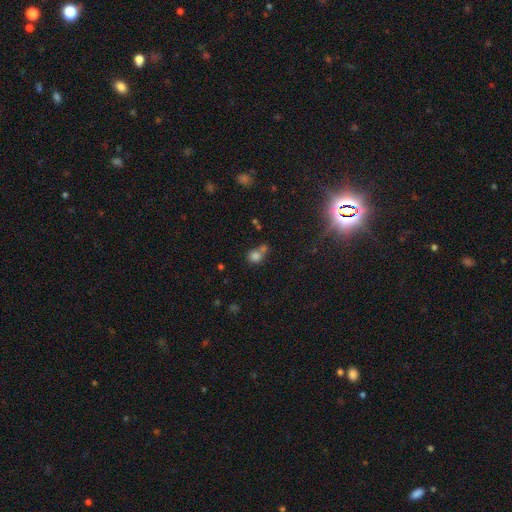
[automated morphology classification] This appears to be a smooth galaxy with no disk features (78%) that is round (75%). Merging: none (43%).